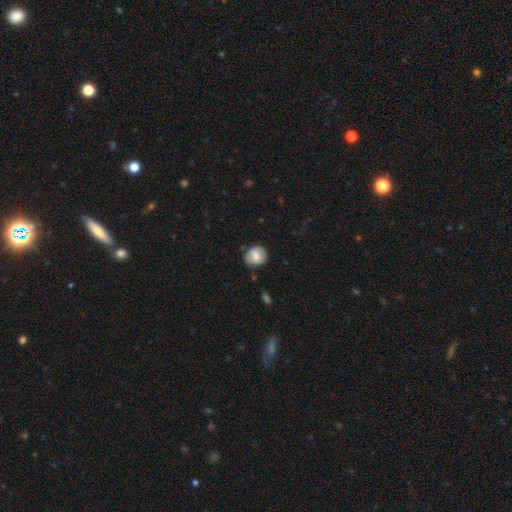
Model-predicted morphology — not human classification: type=smooth (71%); roundness=round (80%); merging=none (79%).